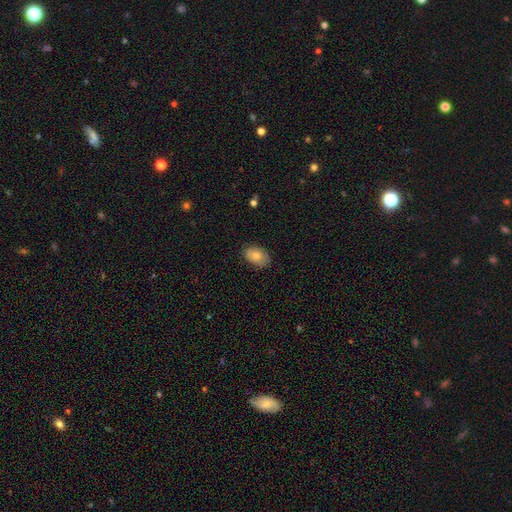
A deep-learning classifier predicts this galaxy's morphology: Smooth or featured: smooth — 81% (featured or disk — 12%)
How rounded: in between — 88% (round — 11%)
Merging: none — 82% (minor disturbance — 15%)